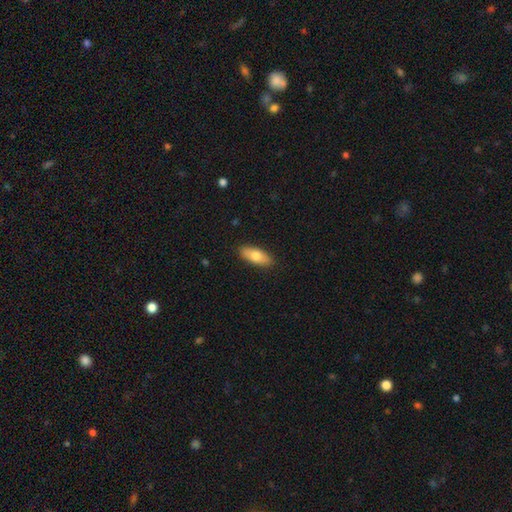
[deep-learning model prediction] Smooth or featured?
  - smooth: 74% *
  - featured or disk: 20%
  - star or artifact: 6%
How rounded?
  - in between: 77% *
  - cigar-shaped: 20%
  - round: 3%
Merging?
  - none: 88% *
  - minor disturbance: 9%
  - major disturbance: 2%
  - merger: 1%